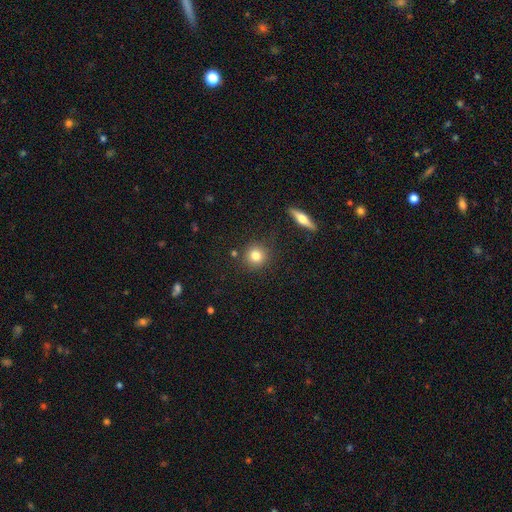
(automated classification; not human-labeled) A smooth galaxy with no disk features (80%) that is round (91%). Merging: none (87%).